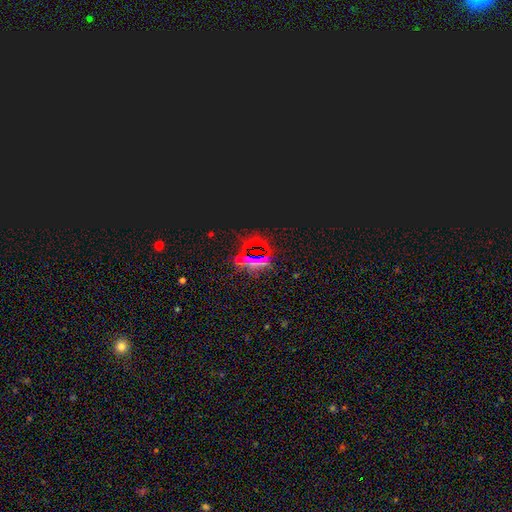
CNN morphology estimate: Smooth or featured? Predicted: star or artifact (p=0.79).